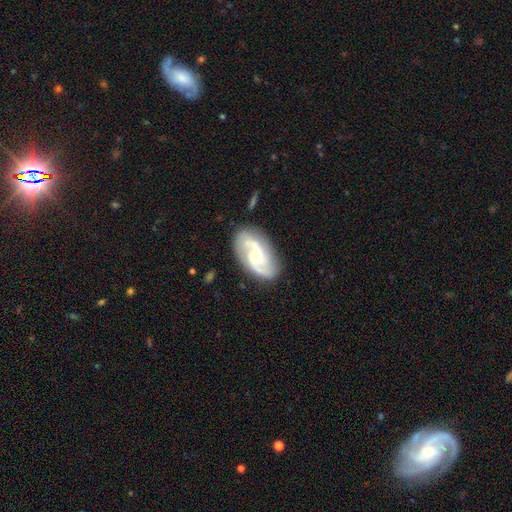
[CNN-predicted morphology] featured or disk 82%, smooth 12%, star or artifact 6%. Down the decision tree: edge-on disk — no (96%); bar — no (50%); spiral arms — yes (96%); spiral arm count — 2 (78%); spiral winding — medium (48%); bulge size — moderate (46%); merging — none (78%).